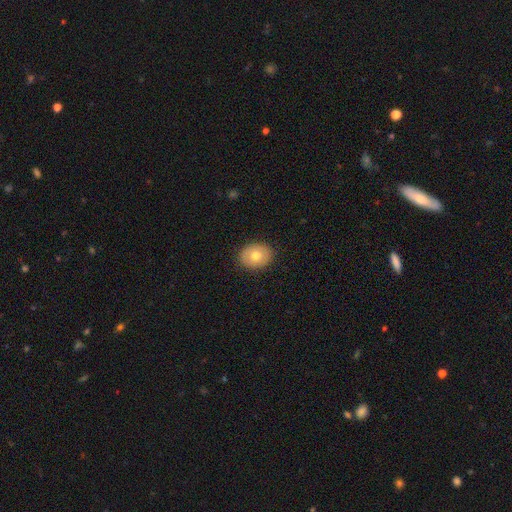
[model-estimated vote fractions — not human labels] Smooth or featured?
  - smooth: 71% *
  - featured or disk: 21%
  - star or artifact: 8%
How rounded?
  - round: 52% *
  - in between: 47%
  - cigar-shaped: 1%
Merging?
  - none: 88% *
  - minor disturbance: 9%
  - major disturbance: 2%
  - merger: 1%